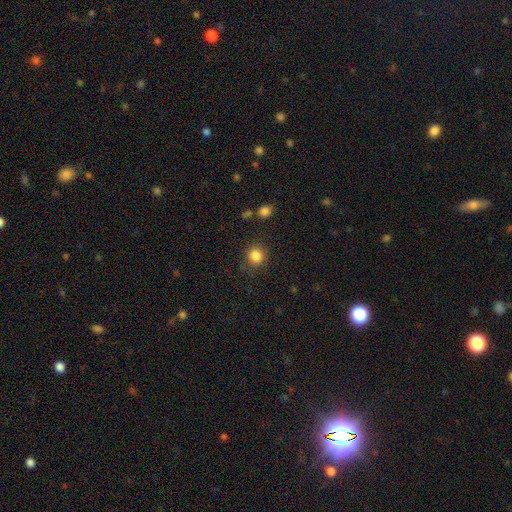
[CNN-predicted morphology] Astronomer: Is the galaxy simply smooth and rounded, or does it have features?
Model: smooth — 85%.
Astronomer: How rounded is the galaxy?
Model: round — 87%.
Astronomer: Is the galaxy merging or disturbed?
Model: none — 83%.